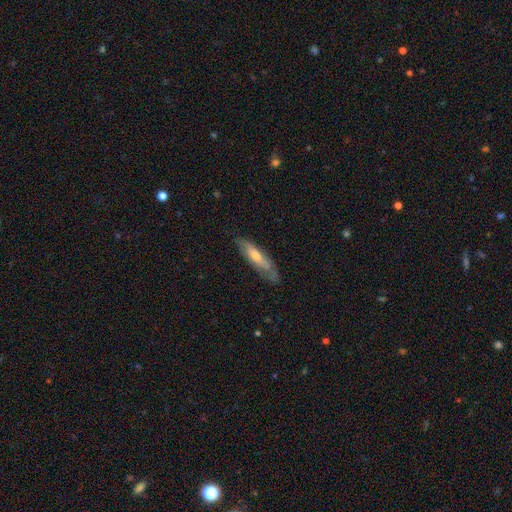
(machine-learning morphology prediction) smooth 48%, featured or disk 45%, star or artifact 6%. Down the decision tree: merging — none (69%).